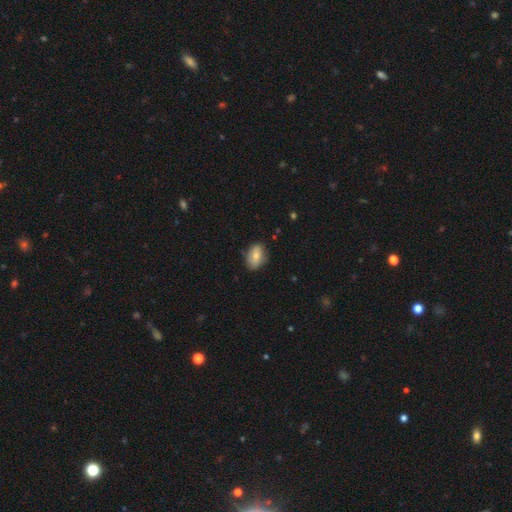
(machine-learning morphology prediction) This is likely a smooth galaxy (70%). How rounded: clearly in between (82%). Merging: likely none (74%).